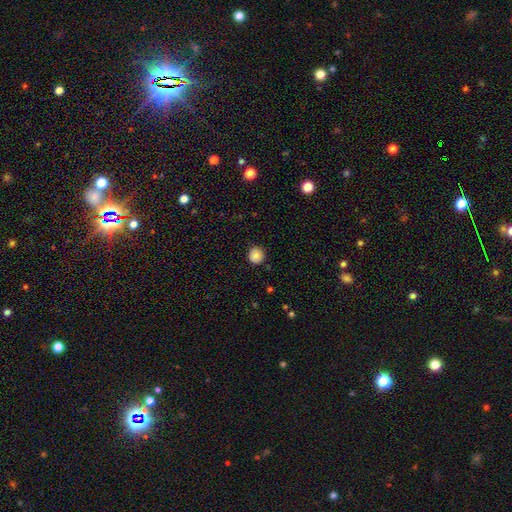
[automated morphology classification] Smooth or featured? Predicted: smooth (p=0.82). How rounded? Predicted: round (p=0.92). Merging? Predicted: none (p=0.86).